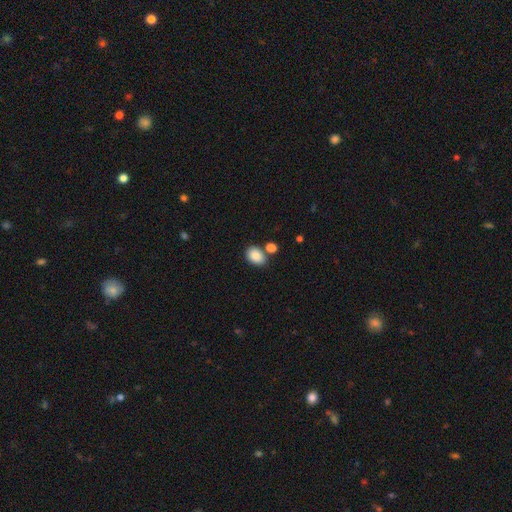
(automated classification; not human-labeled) A smooth galaxy with no disk features (87%) that is in between round and cigar-shaped (74%). Merging: none (69%).